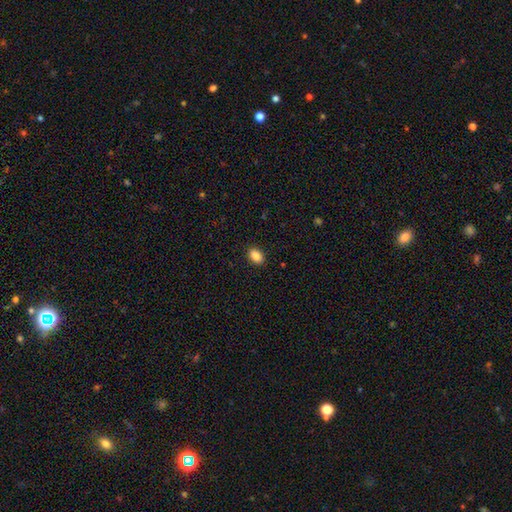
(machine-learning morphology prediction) Smooth or featured? smooth (88%)
How rounded? in between (85%)
Merging? none (90%)